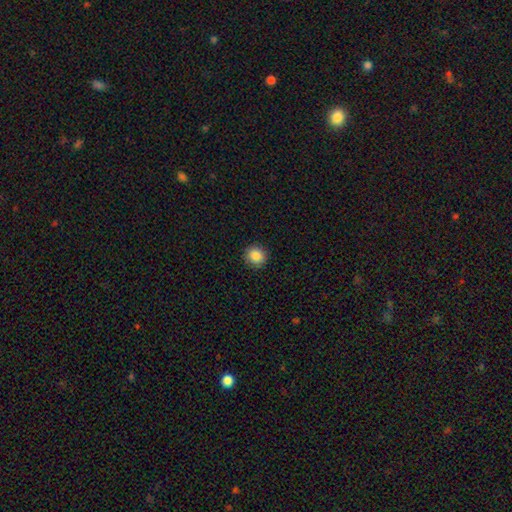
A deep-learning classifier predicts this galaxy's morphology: smooth_or_featured: smooth (p=0.86) [alt: star or artifact p=0.09]
how_rounded: round (p=0.91) [alt: in between p=0.08]
merging: none (p=0.92) [alt: minor disturbance p=0.06]